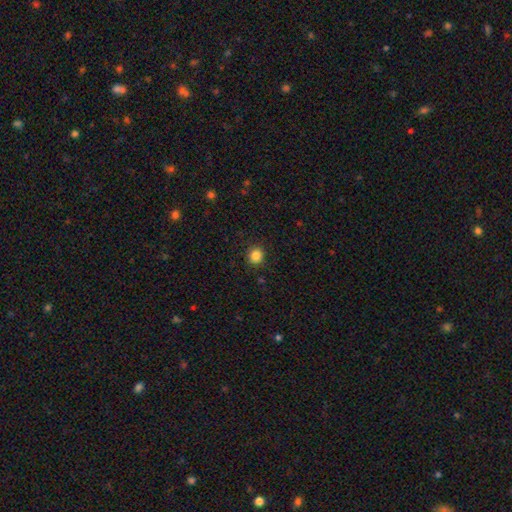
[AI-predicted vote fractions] Smooth or featured: smooth — 85% (star or artifact — 11%)
How rounded: round — 89% (in between — 10%)
Merging: none — 91% (minor disturbance — 6%)